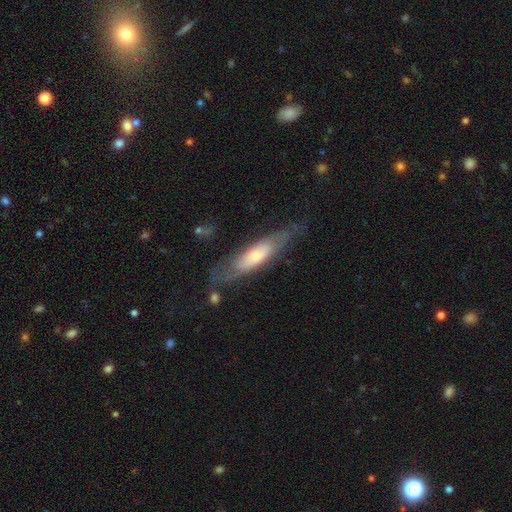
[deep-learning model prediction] Smooth or featured?
  - featured or disk: 49% *
  - smooth: 45%
  - star or artifact: 6%
Merging?
  - none: 67% *
  - minor disturbance: 21%
  - major disturbance: 10%
  - merger: 3%